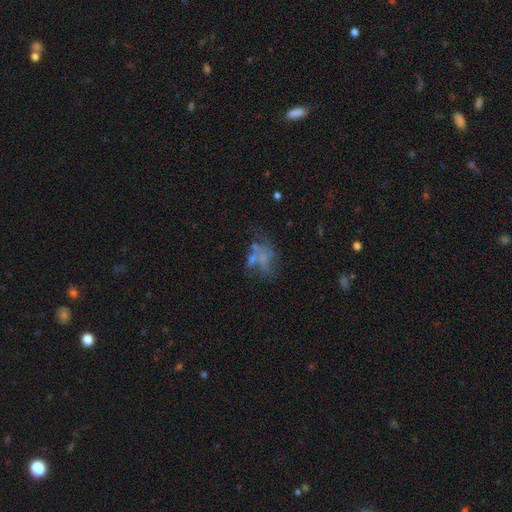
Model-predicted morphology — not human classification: Q: Smooth or featured?
A: featured or disk (50%); runner-up: smooth (31%)
Q: Merging?
A: none (34%); runner-up: major disturbance (32%)